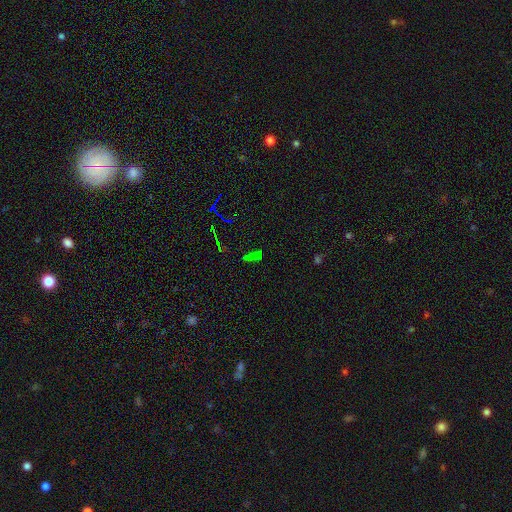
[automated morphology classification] smooth-or-featured: star or artifact: 43% | smooth: 39% | featured or disk: 18%